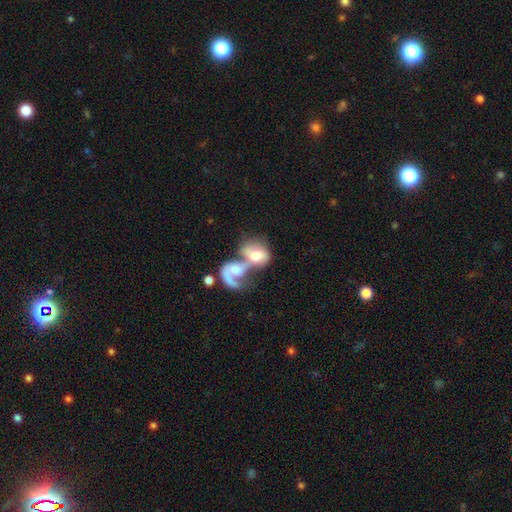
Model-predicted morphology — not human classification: A featured or disk galaxy (51%).

Vote fractions:
- Smooth or featured? featured or disk: 51% / smooth: 43% / star or artifact: 6%
- Edge-on disk? no: 95% / yes: 5%
- Merging? merger: 79% / none: 9% / major disturbance: 8% / minor disturbance: 4%